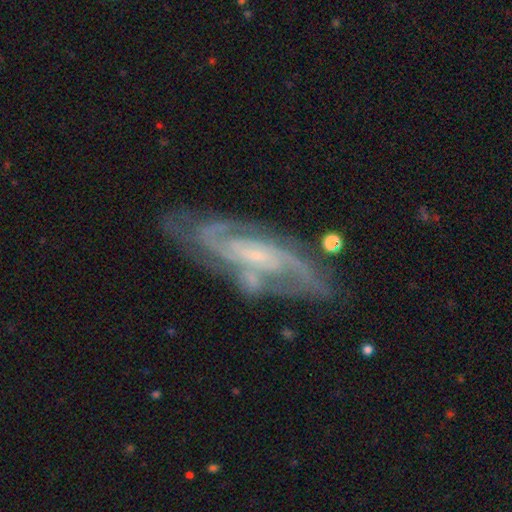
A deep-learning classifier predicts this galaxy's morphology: Smooth or featured? Predicted: featured or disk (p=0.88). Edge-on disk? Predicted: no (p=0.91). Bar? Predicted: weak (p=0.42). Spiral arms? Predicted: yes (p=0.97). Spiral winding? Predicted: medium (p=0.46). Spiral arm count? Predicted: 2 (p=0.47). Bulge size? Predicted: small (p=0.73). Merging? Predicted: none (p=0.69).